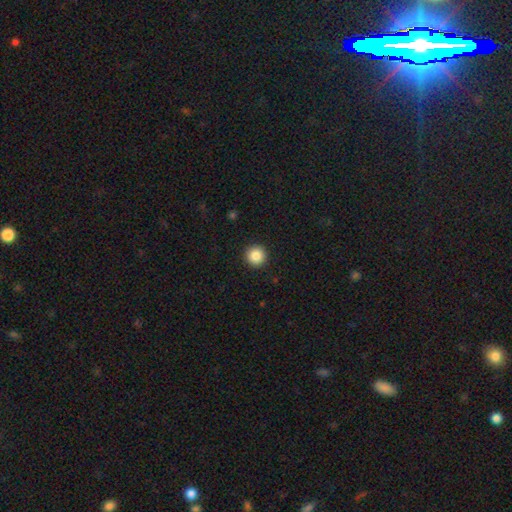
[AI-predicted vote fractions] Q: Smooth or featured?
A: smooth (87%); runner-up: star or artifact (9%)
Q: How rounded?
A: round (96%); runner-up: in between (3%)
Q: Merging?
A: none (93%); runner-up: minor disturbance (4%)